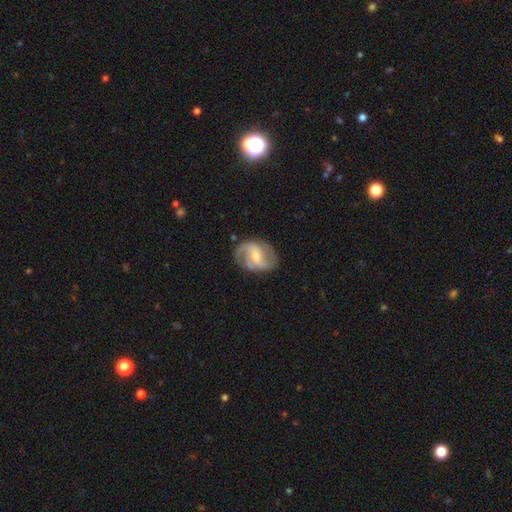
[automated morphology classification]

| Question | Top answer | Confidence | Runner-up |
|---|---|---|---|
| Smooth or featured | featured or disk | 82% | smooth (12%) |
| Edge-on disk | no | 98% | yes (2%) |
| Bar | weak | 51% | no (29%) |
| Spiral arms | yes | 96% | no (4%) |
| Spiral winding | medium | 51% | loose (28%) |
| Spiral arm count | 2 | 58% | 3 (23%) |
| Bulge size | small | 46% | moderate (43%) |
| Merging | none | 74% | minor disturbance (17%) |